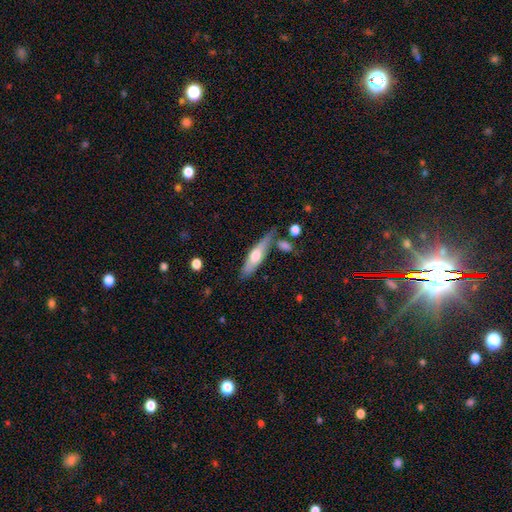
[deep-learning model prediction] smooth-or-featured: smooth: 52% | featured or disk: 43% | star or artifact: 5%
  how-rounded: cigar-shaped: 70% | in between: 28% | round: 2%
  merging: none: 66% | minor disturbance: 19% | merger: 10% | major disturbance: 5%